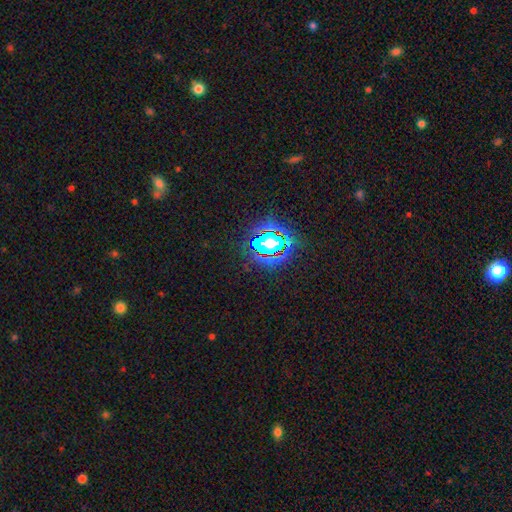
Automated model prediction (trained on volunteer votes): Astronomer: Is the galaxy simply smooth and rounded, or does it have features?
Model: star or artifact — 81%.